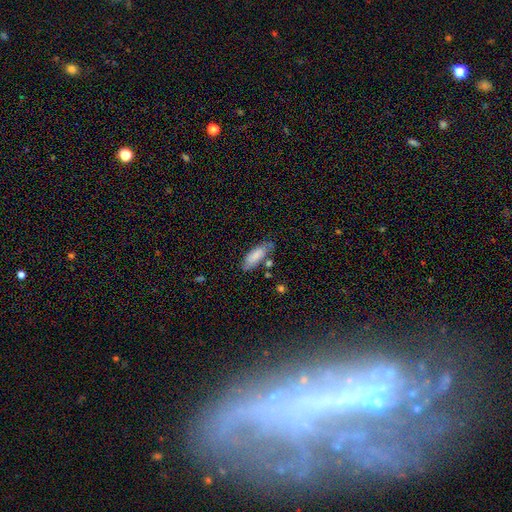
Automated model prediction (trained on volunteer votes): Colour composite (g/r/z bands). It shows a smooth galaxy with no disk features (80%) that is in between round and cigar-shaped (70%). Merging: none (63%).